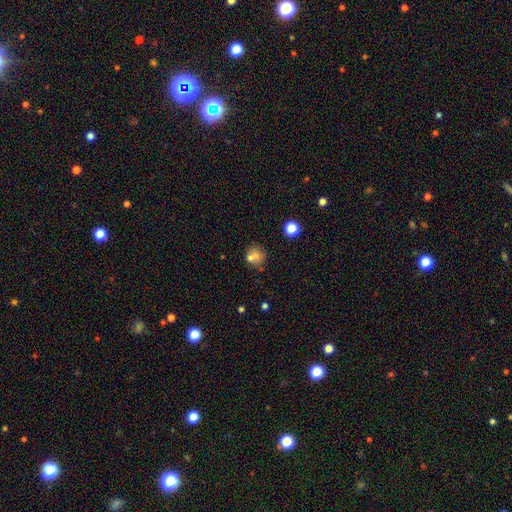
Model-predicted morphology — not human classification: smooth_or_featured: smooth (p=0.67) [alt: featured or disk p=0.17]
how_rounded: round (p=0.84) [alt: in between p=0.14]
merging: none (p=0.58) [alt: merger p=0.25]